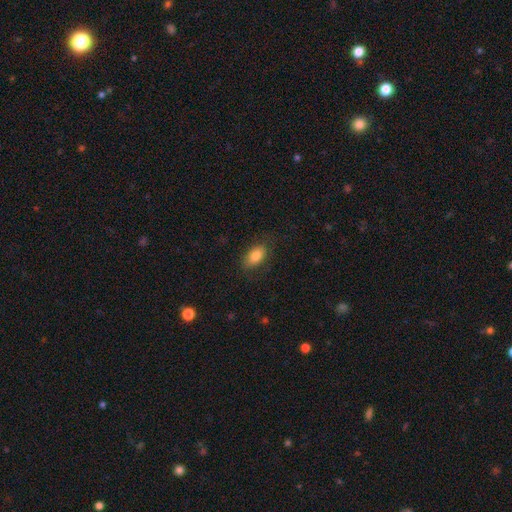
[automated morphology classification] smooth 82%, featured or disk 10%, star or artifact 8%. Down the decision tree: how rounded — in between (91%); merging — none (81%).